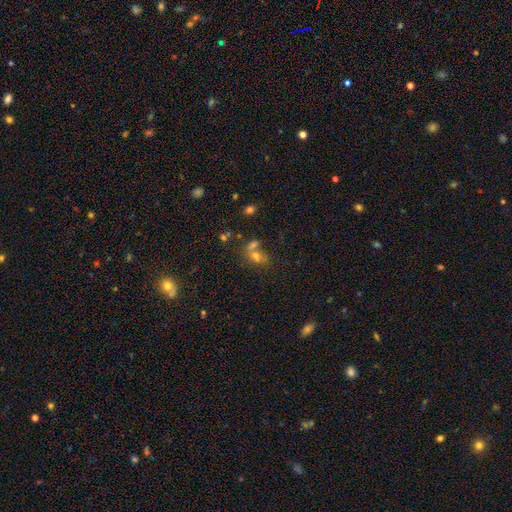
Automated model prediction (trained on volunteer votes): smooth_or_featured: smooth (p=0.55) [alt: star or artifact p=0.26]
how_rounded: in between (p=0.50) [alt: round p=0.47]
merging: merger (p=0.49) [alt: none p=0.35]